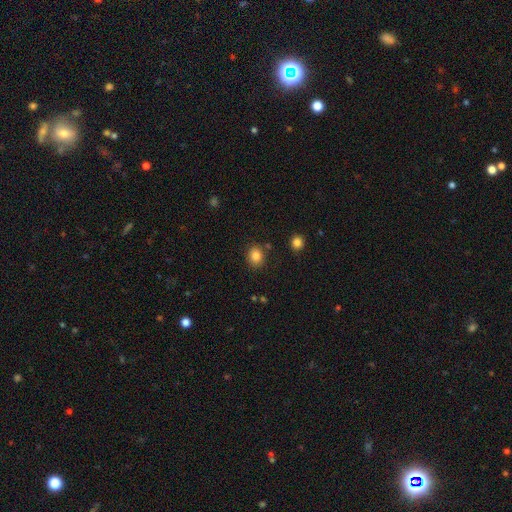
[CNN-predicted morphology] smooth 85%, star or artifact 11%, featured or disk 4%. Down the decision tree: how rounded — round (70%); merging — none (82%).